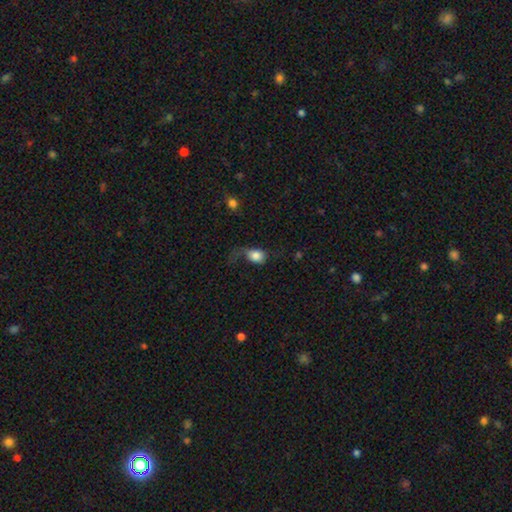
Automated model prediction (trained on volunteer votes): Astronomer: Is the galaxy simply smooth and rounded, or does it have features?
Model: smooth — 75%.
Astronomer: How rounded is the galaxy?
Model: in between — 62%.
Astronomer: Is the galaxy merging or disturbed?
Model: major disturbance — 44% (runner-up: none, 29%).